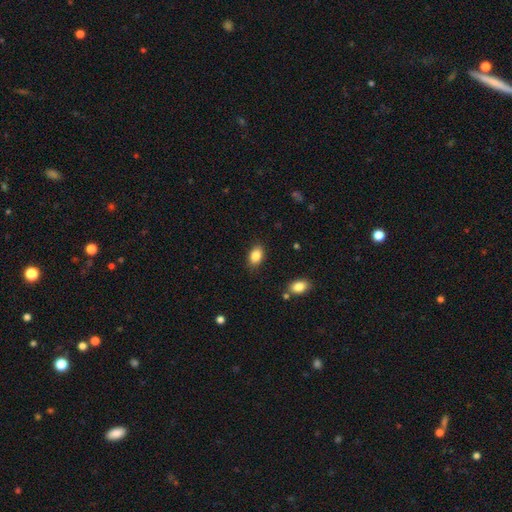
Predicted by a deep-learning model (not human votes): Smooth or featured: smooth — 86% (star or artifact — 8%)
How rounded: in between — 87% (round — 11%)
Merging: none — 85% (minor disturbance — 11%)